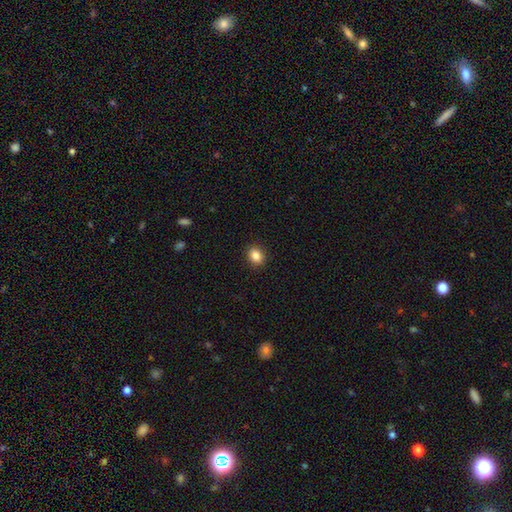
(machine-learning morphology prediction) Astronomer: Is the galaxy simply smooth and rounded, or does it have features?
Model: smooth — 86%.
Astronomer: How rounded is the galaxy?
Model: round — 52% (runner-up: in between, 47%).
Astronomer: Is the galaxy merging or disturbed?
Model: none — 91%.